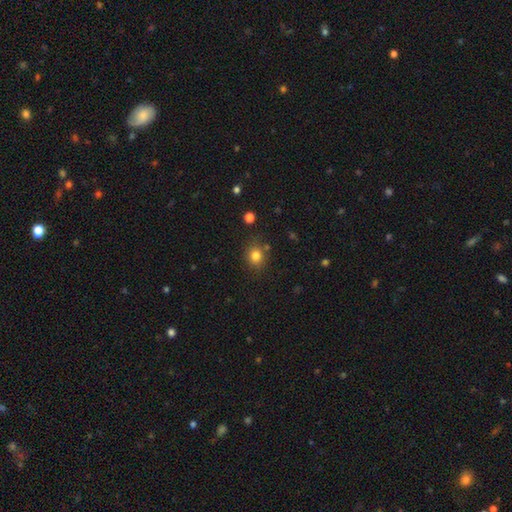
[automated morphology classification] Smooth or featured?
  - smooth: 80% *
  - star or artifact: 13%
  - featured or disk: 7%
How rounded?
  - round: 75% *
  - in between: 25%
  - cigar-shaped: 1%
Merging?
  - none: 79% *
  - minor disturbance: 12%
  - merger: 5%
  - major disturbance: 3%